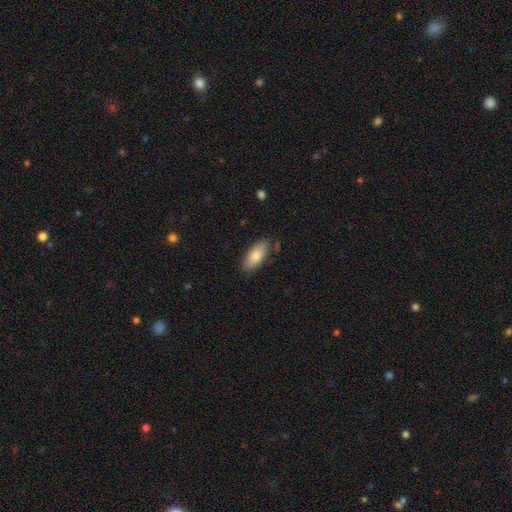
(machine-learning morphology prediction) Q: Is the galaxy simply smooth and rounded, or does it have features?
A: smooth — 79%.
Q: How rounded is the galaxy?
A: in between — 86%.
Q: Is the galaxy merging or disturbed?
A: none — 82%.